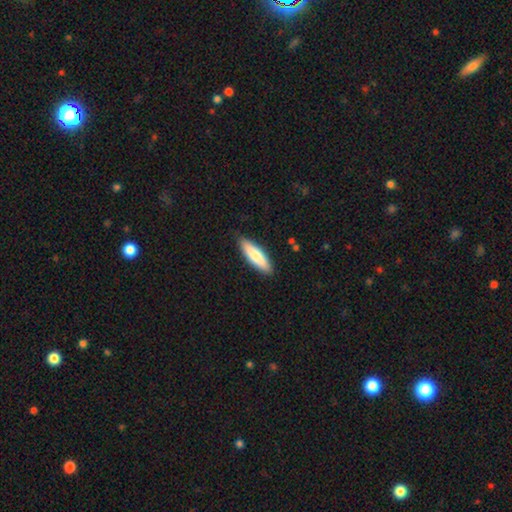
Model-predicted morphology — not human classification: This appears to be a smooth galaxy with no disk features (79%) that is cigar-shaped (59%). Merging: none (87%).